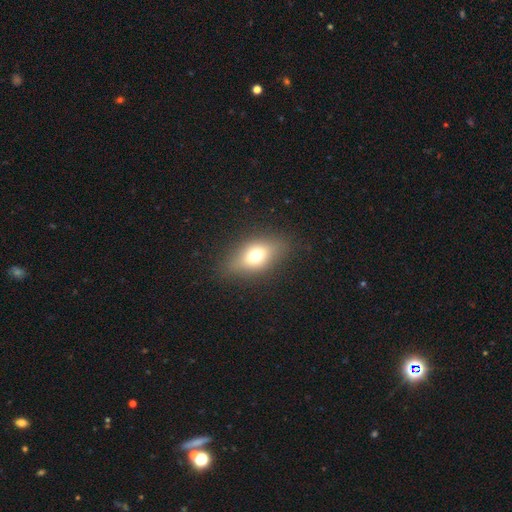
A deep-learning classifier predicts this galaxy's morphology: Overall: smooth (67%). How rounded: in between (77%). Merging: none (83%).